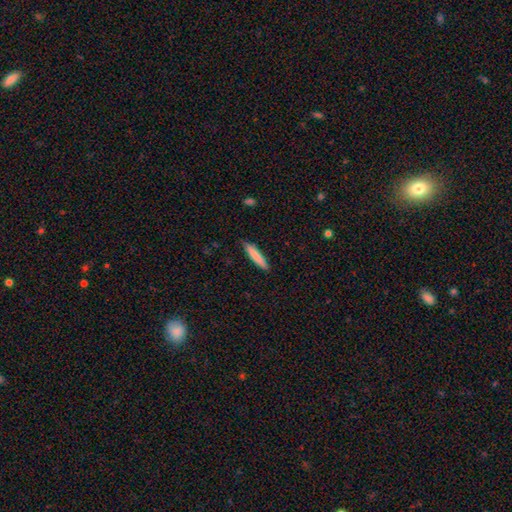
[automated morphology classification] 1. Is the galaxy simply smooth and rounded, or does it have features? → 82% smooth, 12% featured or disk, 6% star or artifact.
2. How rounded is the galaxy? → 89% cigar-shaped, 10% in between, 1% round.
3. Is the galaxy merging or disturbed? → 87% none, 10% minor disturbance, 2% major disturbance, 1% merger.